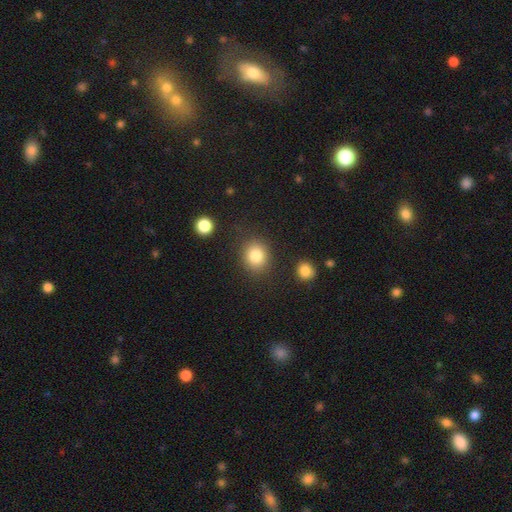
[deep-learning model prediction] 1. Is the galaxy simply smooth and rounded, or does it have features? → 84% smooth, 10% star or artifact, 6% featured or disk.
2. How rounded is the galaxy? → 71% round, 28% in between, 1% cigar-shaped.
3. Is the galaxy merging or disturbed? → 81% none, 10% minor disturbance, 4% major disturbance, 4% merger.